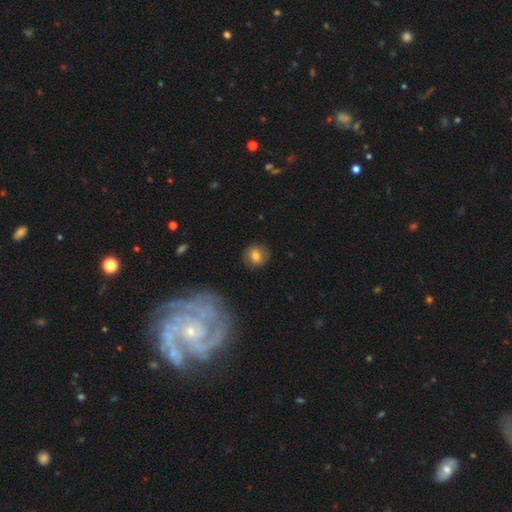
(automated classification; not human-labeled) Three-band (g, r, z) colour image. It shows a smooth galaxy with no disk features (75%) that is round (81%). Merging: none (85%).